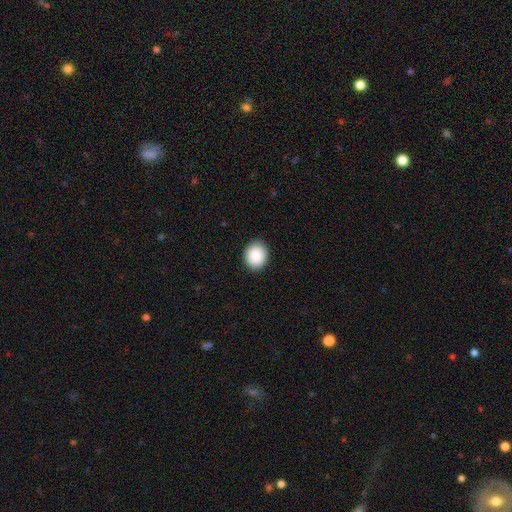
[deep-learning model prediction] Q: Smooth or featured?
A: smooth (89%); runner-up: star or artifact (7%)
Q: How rounded?
A: round (66%); runner-up: in between (33%)
Q: Merging?
A: none (89%); runner-up: minor disturbance (8%)